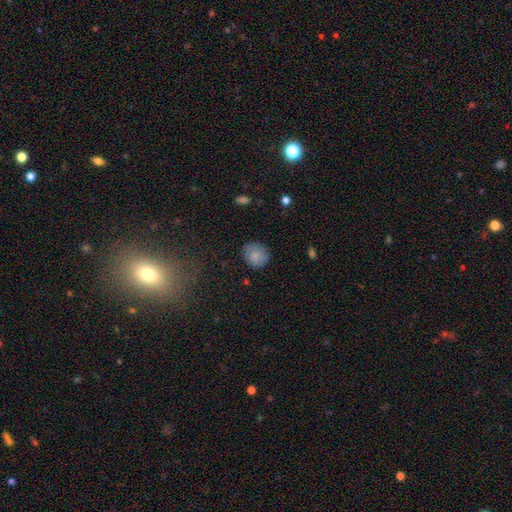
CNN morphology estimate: A smooth galaxy with no disk features (81%) that is round (77%). Merging: none (77%).